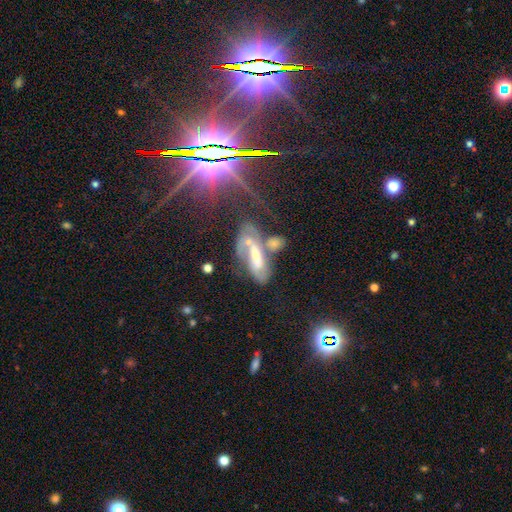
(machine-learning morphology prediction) This appears to be a featured or disk galaxy (57%). Merging: merger (43%).